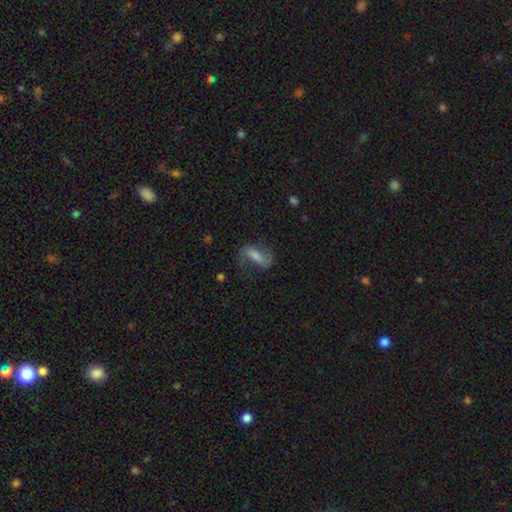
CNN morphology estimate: Smooth or featured? Predicted: featured or disk (p=0.59). Edge-on disk? Predicted: no (p=0.90). Bar? Predicted: strong (p=0.42). Spiral arms? Predicted: yes (p=0.86). Bulge size? Predicted: moderate (p=0.38). Merging? Predicted: none (p=0.63).